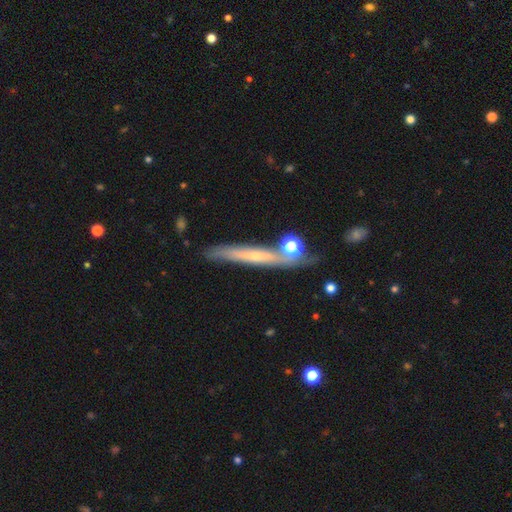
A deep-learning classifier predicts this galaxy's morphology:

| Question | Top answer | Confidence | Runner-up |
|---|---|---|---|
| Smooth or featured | featured or disk | 55% | smooth (37%) |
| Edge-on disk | yes | 88% | no (12%) |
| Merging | none | 71% | minor disturbance (16%) |